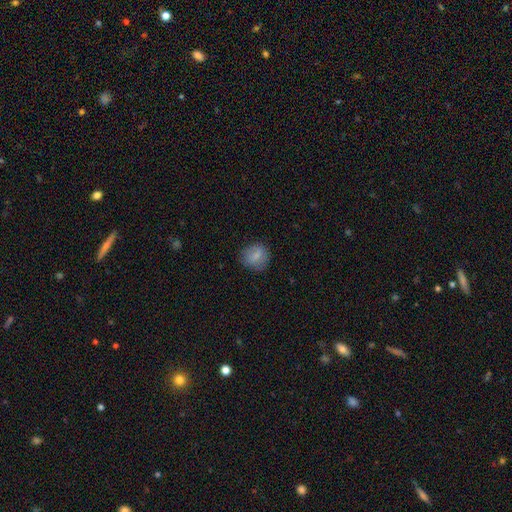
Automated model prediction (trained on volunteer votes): Smooth or featured? smooth (79%)
How rounded? round (76%)
Merging? none (78%)